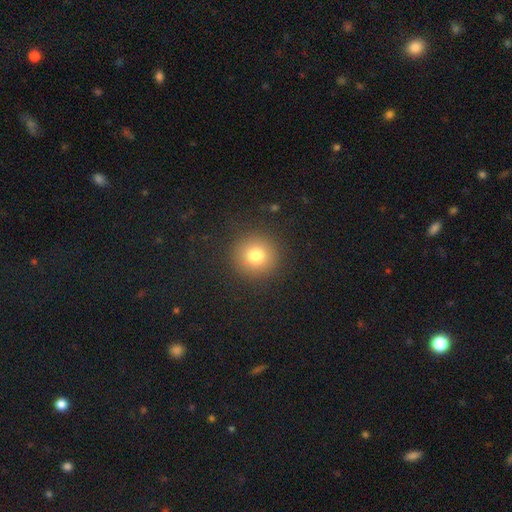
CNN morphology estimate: This appears to be a smooth galaxy with no disk features (78%) that is round (95%). Merging: none (90%).